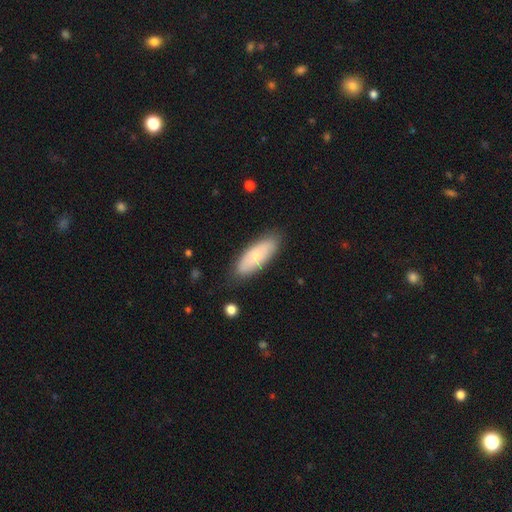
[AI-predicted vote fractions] The model was most divided on "smooth or featured": smooth: 68%, featured or disk: 27%, star or artifact: 6%. More confident: merging — none (81%); how rounded — in between (72%).